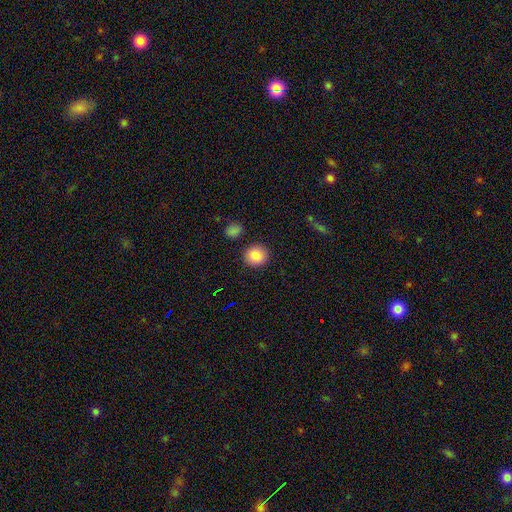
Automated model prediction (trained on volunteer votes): Morphology: type=smooth (86%); roundness=round (88%); merging=none (89%).